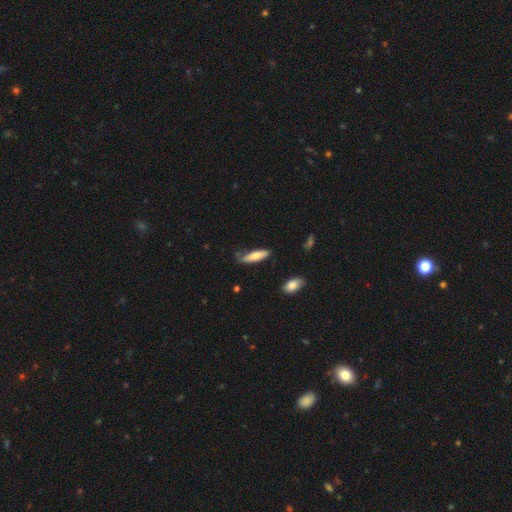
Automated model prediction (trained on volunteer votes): Smooth or featured?
  - smooth: 71% *
  - featured or disk: 23%
  - star or artifact: 6%
How rounded?
  - cigar-shaped: 68% *
  - in between: 30%
  - round: 2%
Merging?
  - none: 66% *
  - minor disturbance: 26%
  - major disturbance: 5%
  - merger: 3%